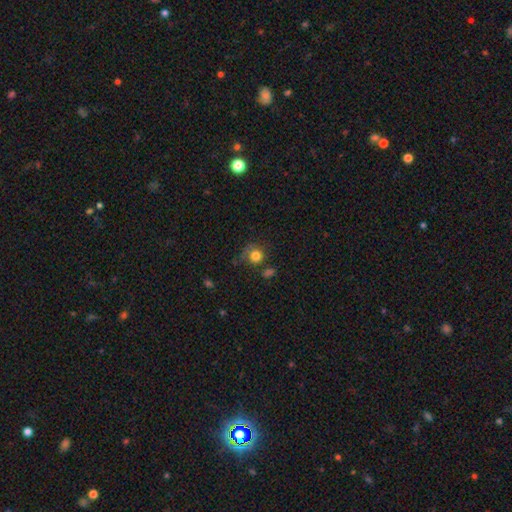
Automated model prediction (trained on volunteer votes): A smooth galaxy with no disk features (79%) that is round (85%). Merging: none (55%).